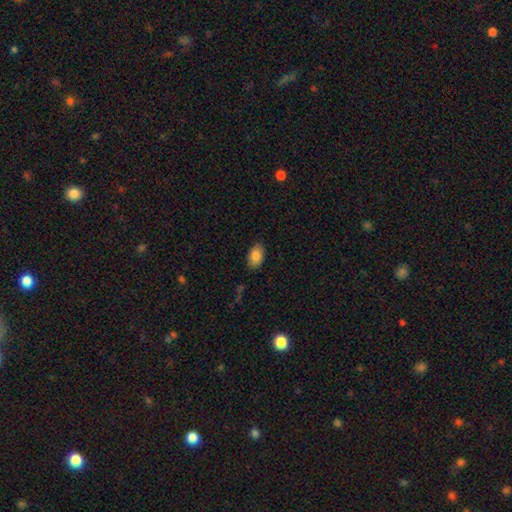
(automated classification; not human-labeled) Q: Smooth or featured?
A: smooth (85%); runner-up: star or artifact (7%)
Q: How rounded?
A: in between (90%); runner-up: round (9%)
Q: Merging?
A: none (85%); runner-up: minor disturbance (11%)